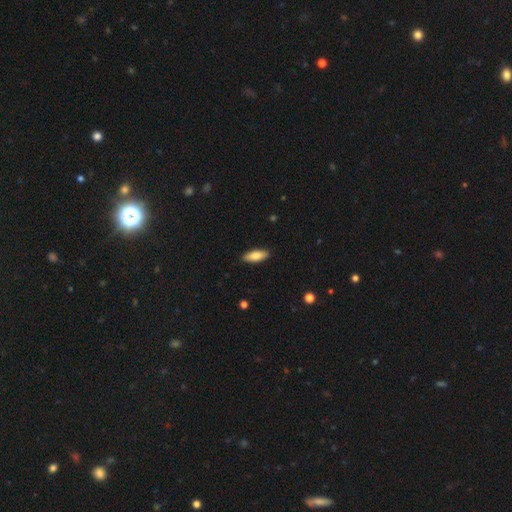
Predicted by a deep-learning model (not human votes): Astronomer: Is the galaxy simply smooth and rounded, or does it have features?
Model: smooth — 83%.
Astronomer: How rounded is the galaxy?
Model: in between — 72%.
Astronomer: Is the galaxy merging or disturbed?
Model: none — 90%.